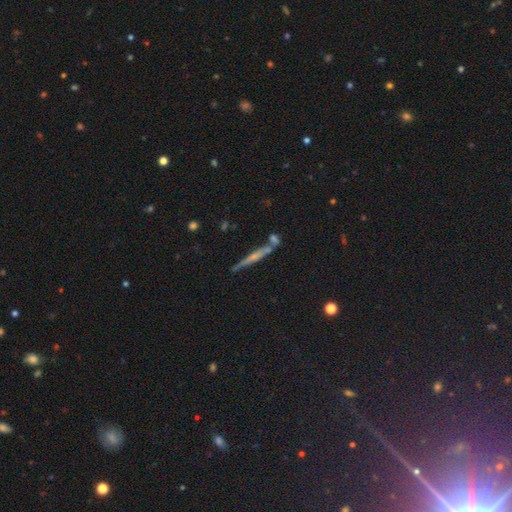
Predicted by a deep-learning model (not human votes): Morphology: type=featured or disk (63%); edge-on=yes (95%); edge-on bulge=rounded (53%); merging=none (76%).